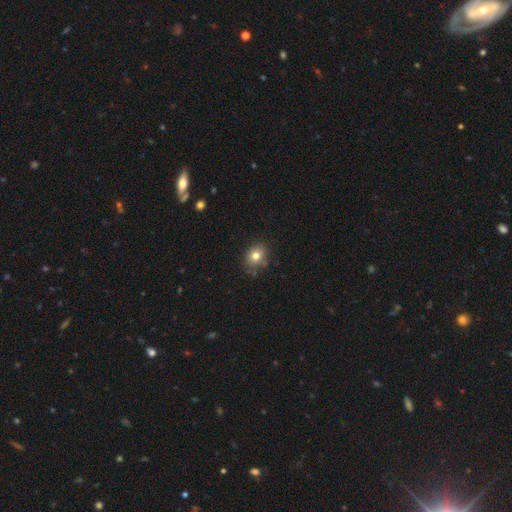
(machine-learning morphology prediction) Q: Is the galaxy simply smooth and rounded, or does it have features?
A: smooth — 78%.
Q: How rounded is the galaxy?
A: round — 52%.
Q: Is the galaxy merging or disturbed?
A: none — 78%.